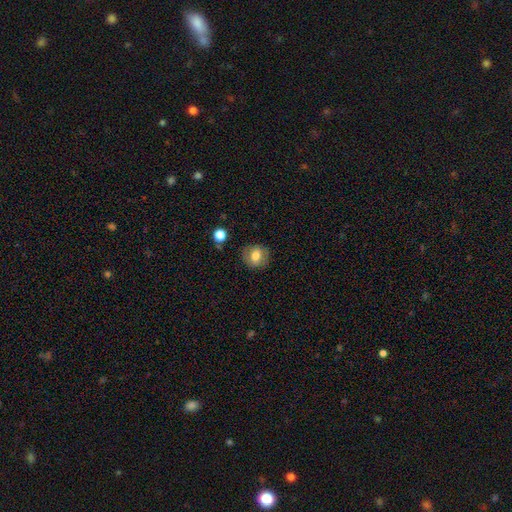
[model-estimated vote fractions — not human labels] smooth_or_featured: smooth (p=0.72) [alt: featured or disk p=0.19]
how_rounded: round (p=0.79) [alt: in between p=0.20]
merging: none (p=0.84) [alt: minor disturbance p=0.11]